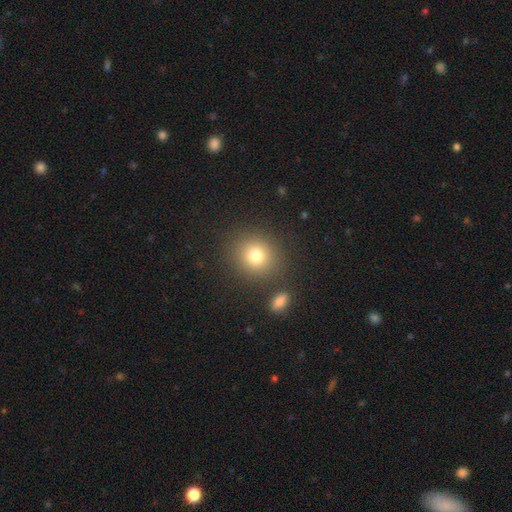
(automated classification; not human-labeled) Smooth or featured? smooth (78%)
How rounded? round (81%)
Merging? none (83%)